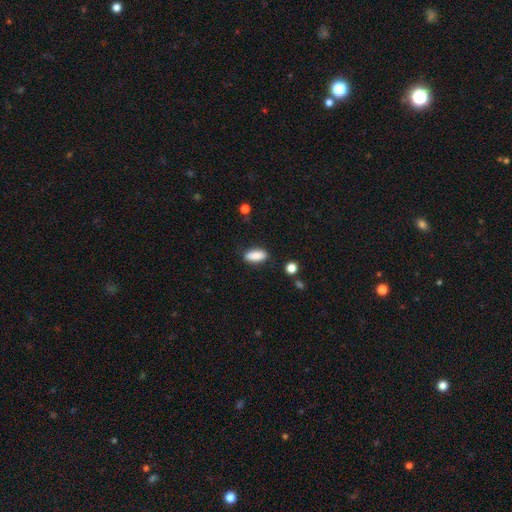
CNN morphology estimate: Smooth or featured? smooth (88%)
How rounded? in between (81%)
Merging? none (84%)